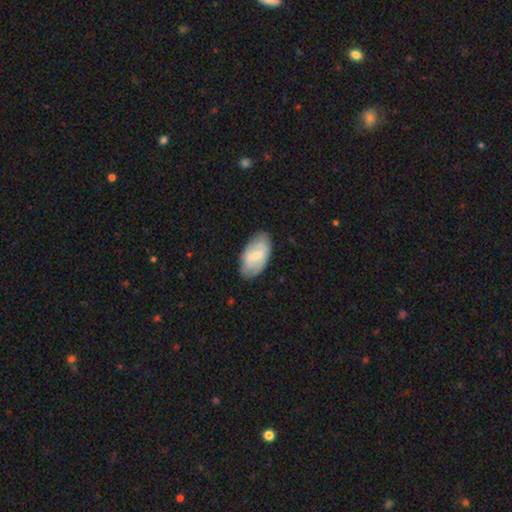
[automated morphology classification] A smooth galaxy with no disk features (51%) that is in between round and cigar-shaped (94%). Merging: none (77%).